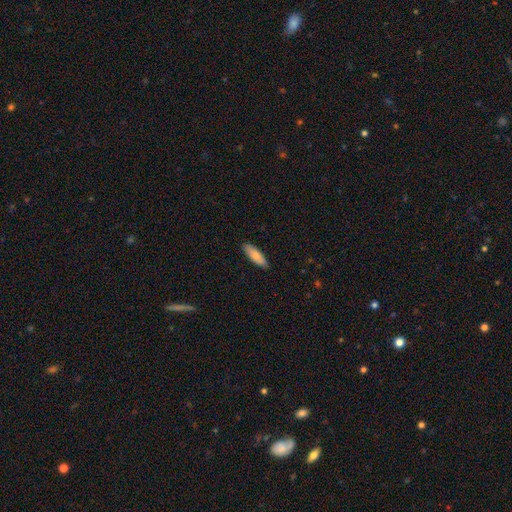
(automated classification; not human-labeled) Smooth or featured? smooth (79%)
How rounded? in between (53%)
Merging? none (90%)